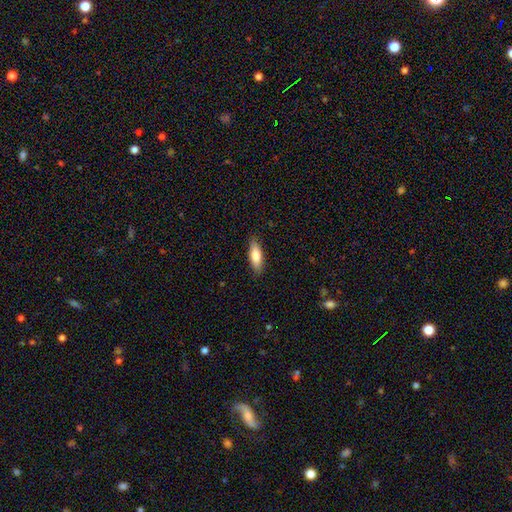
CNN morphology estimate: A smooth galaxy with no disk features (80%) that is in between round and cigar-shaped (62%). Merging: none (87%).